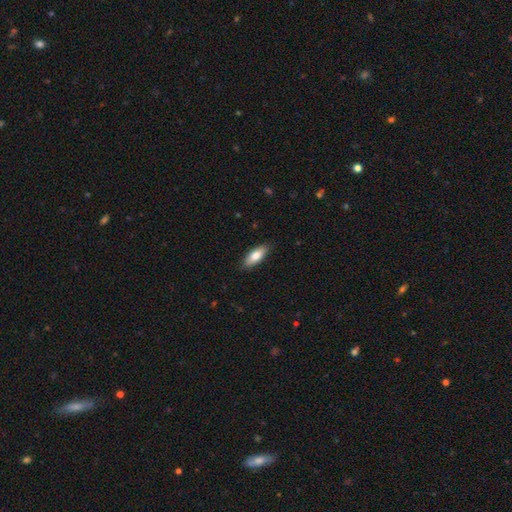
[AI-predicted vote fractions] Smooth or featured? Predicted: smooth (p=0.78). How rounded? Predicted: in between (p=0.73). Merging? Predicted: none (p=0.86).